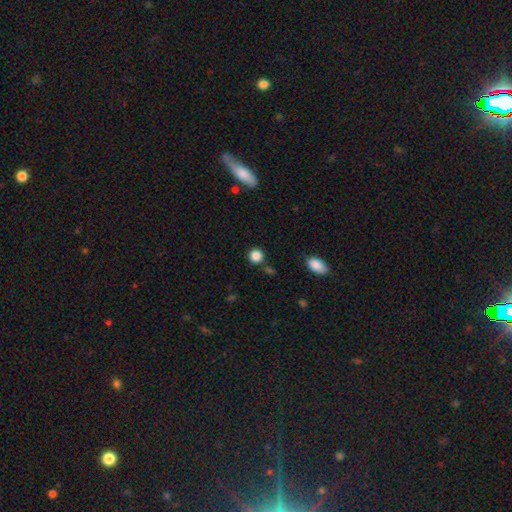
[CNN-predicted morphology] A smooth galaxy with no disk features (86%) that is round (91%). Merging: none (84%).